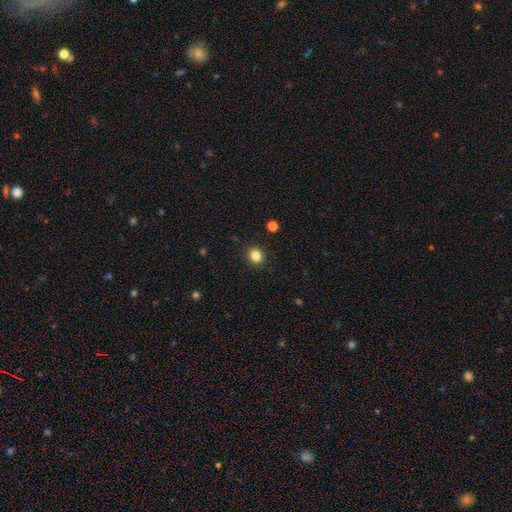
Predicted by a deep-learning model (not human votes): This appears to be a smooth galaxy with no disk features (84%) that is round (73%). Merging: none (90%).